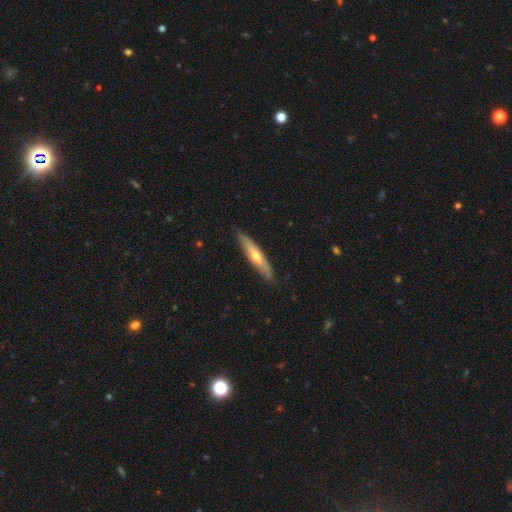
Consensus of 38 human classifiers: Overall: featured or disk (50%; smooth 42%). Edge-on disk: yes (89%). Edge-on bulge: rounded (76%). Merging: none (97%).